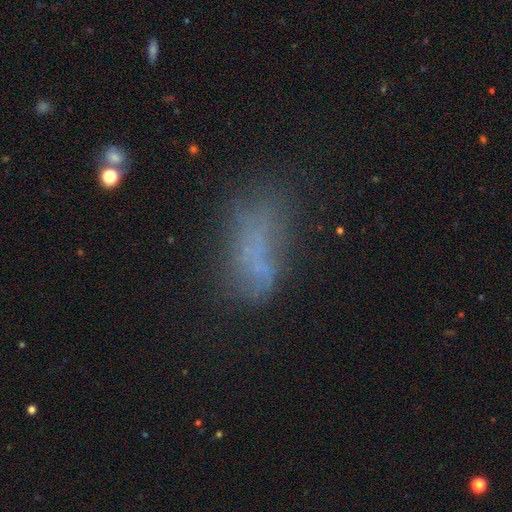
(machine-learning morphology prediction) smooth_or_featured: smooth (p=0.48) [alt: featured or disk p=0.32]
merging: none (p=0.40) [alt: major disturbance p=0.27]